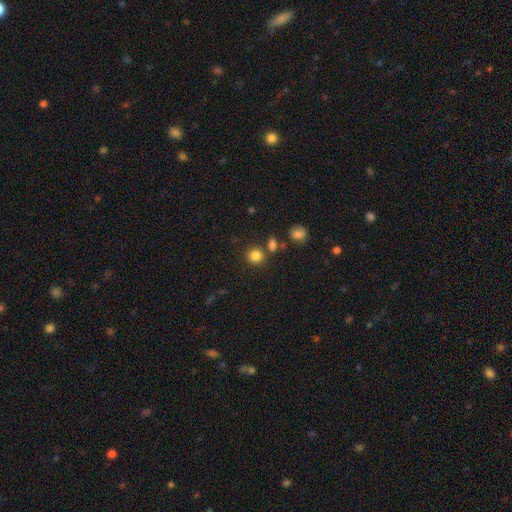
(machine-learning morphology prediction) Smooth or featured?
  - smooth: 83% *
  - star or artifact: 12%
  - featured or disk: 5%
How rounded?
  - round: 86% *
  - in between: 13%
  - cigar-shaped: 1%
Merging?
  - none: 77% *
  - merger: 11%
  - minor disturbance: 9%
  - major disturbance: 3%